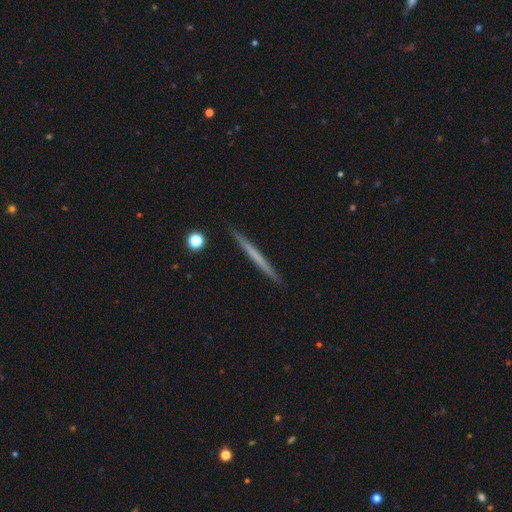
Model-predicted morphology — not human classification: A smooth galaxy with no disk features (51%) that is cigar-shaped (97%). Merging: none (92%).